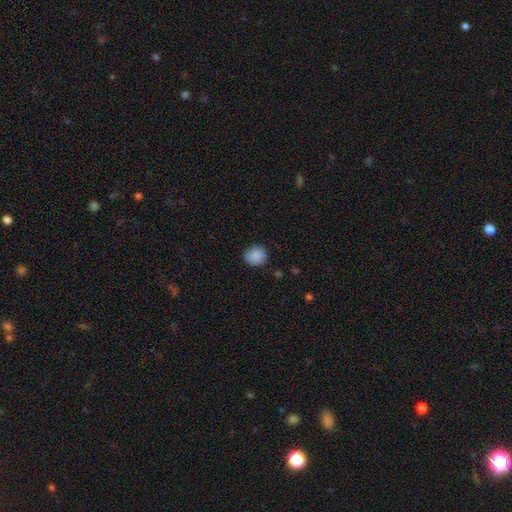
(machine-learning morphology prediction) smooth 87%, star or artifact 8%, featured or disk 5%. Down the decision tree: how rounded — round (80%); merging — none (79%).